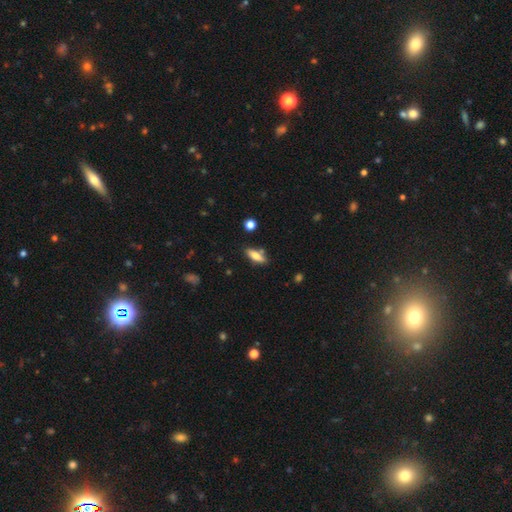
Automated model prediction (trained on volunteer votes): Morphology: type=smooth (66%); roundness=in between (57%); merging=none (77%).